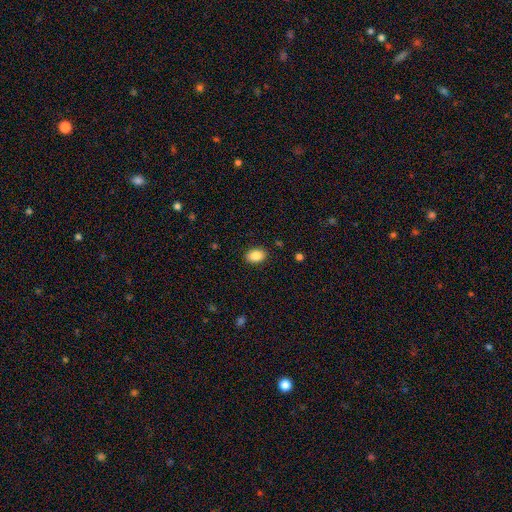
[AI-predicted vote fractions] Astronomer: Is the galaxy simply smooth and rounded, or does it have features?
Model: smooth — 88%.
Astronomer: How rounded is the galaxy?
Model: in between — 86%.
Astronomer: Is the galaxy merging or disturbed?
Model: none — 88%.